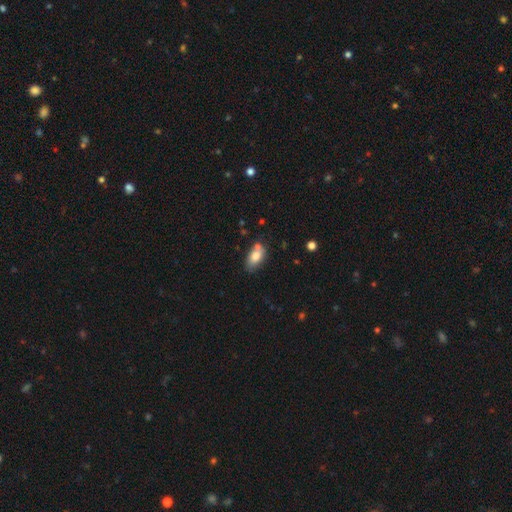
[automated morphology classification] Smooth or featured? smooth (77%)
How rounded? in between (90%)
Merging? none (54%)